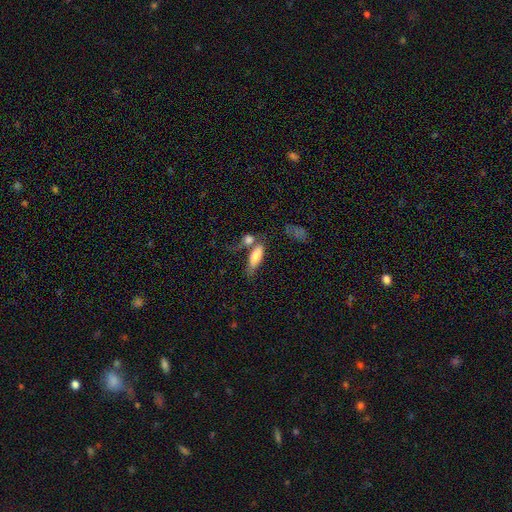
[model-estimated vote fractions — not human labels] Smooth or featured: smooth — 73% (featured or disk — 20%)
How rounded: in between — 63% (cigar-shaped — 34%)
Merging: none — 40% (merger — 34%)